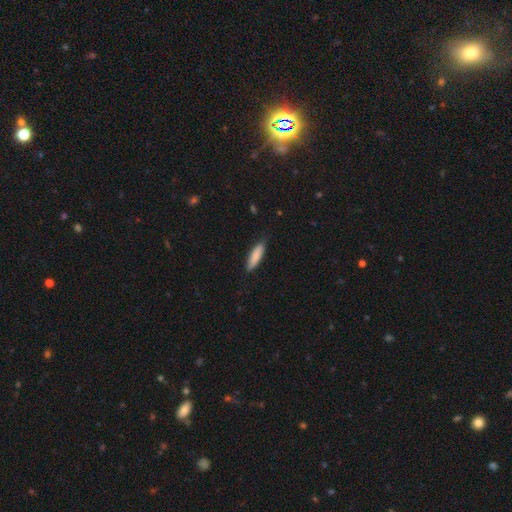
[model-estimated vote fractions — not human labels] Smooth or featured? Predicted: smooth (p=0.85). How rounded? Predicted: cigar-shaped (p=0.62). Merging? Predicted: none (p=0.82).